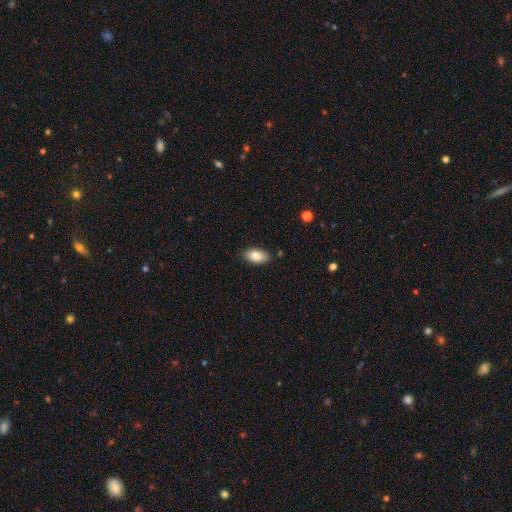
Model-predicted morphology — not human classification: Overall: smooth (83%). How rounded: in between (94%). Merging: none (87%).